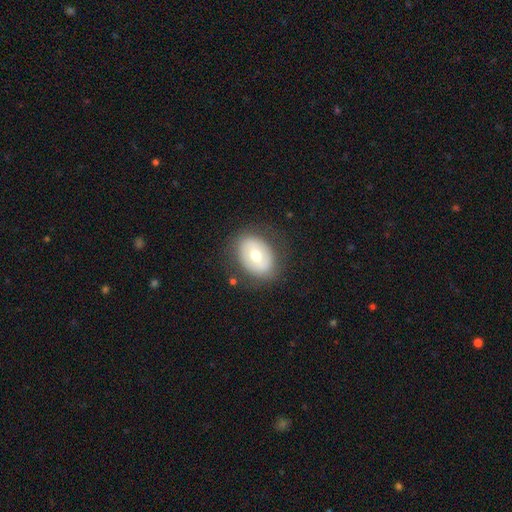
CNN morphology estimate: This appears to be a smooth galaxy with no disk features (54%) that is in between round and cigar-shaped (72%). Merging: none (79%).